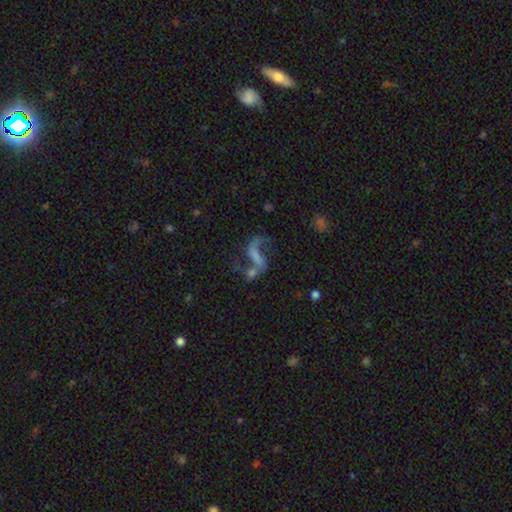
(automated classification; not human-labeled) The model was most divided on "bar": strong: 35%, no: 33%, weak: 32%. Remaining: edge-on disk — no (94%); spiral arms — yes (78%); smooth or featured — featured or disk (63%); bulge size — none (54%); merging — none (38%).